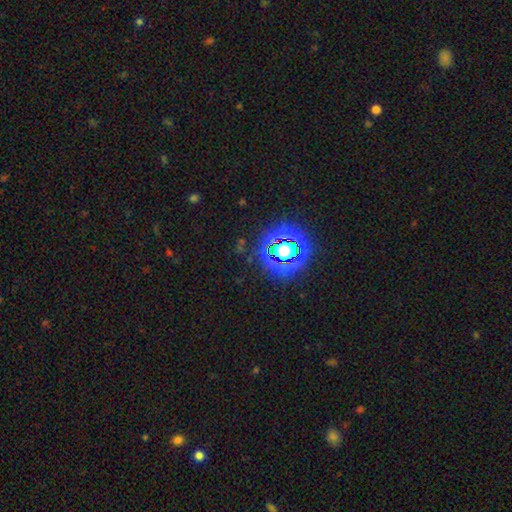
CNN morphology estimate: A star or artifact, not a galaxy (83%).